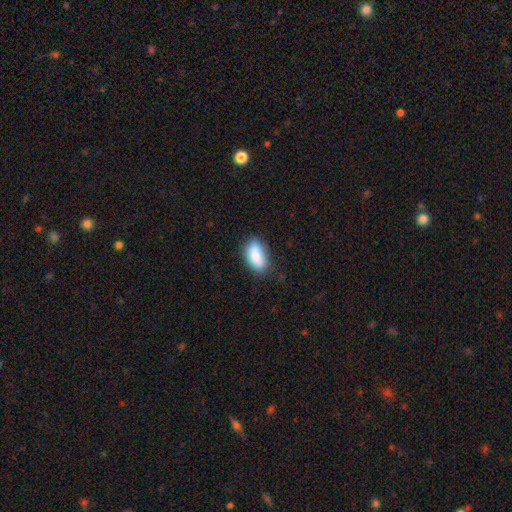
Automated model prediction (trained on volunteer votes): Morphology: type=smooth (84%); roundness=in between (90%); merging=none (73%).